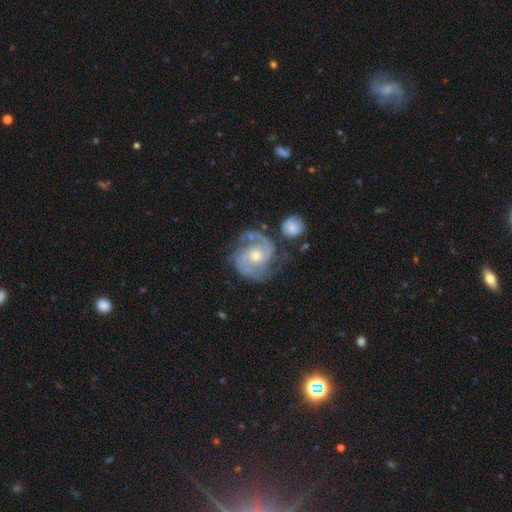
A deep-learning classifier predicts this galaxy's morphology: Smooth or featured?
  - featured or disk: 89% *
  - smooth: 6%
  - star or artifact: 5%
Edge-on disk?
  - no: 98% *
  - yes: 2%
Bar?
  - no: 67% *
  - weak: 27%
  - strong: 6%
Spiral arms?
  - yes: 97% *
  - no: 3%
Spiral winding?
  - medium: 48% *
  - tight: 41%
  - loose: 11%
Spiral arm count?
  - 2: 79% *
  - 3: 8%
  - can't tell: 6%
  - 1: 2%
  - 4: 2%
  - more than 4: 2%
Bulge size?
  - moderate: 58% *
  - small: 38%
  - large: 2%
  - none: 1%
  - dominant: 1%
Merging?
  - none: 64% *
  - minor disturbance: 20%
  - major disturbance: 9%
  - merger: 6%